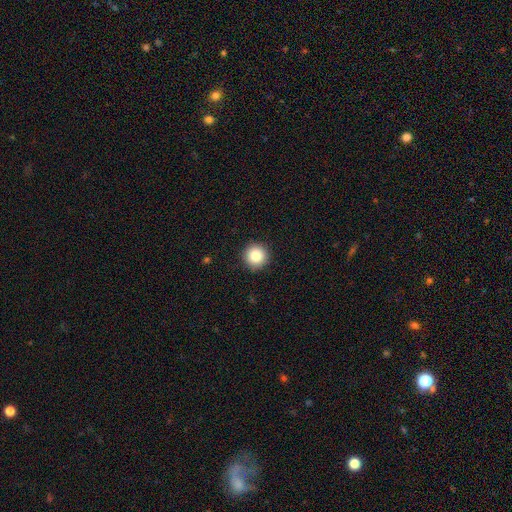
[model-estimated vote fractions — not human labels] smooth-or-featured: smooth: 86% | star or artifact: 9% | featured or disk: 5%
  how-rounded: round: 96% | in between: 3% | cigar-shaped: 1%
  merging: none: 92% | minor disturbance: 5% | major disturbance: 2% | merger: 1%